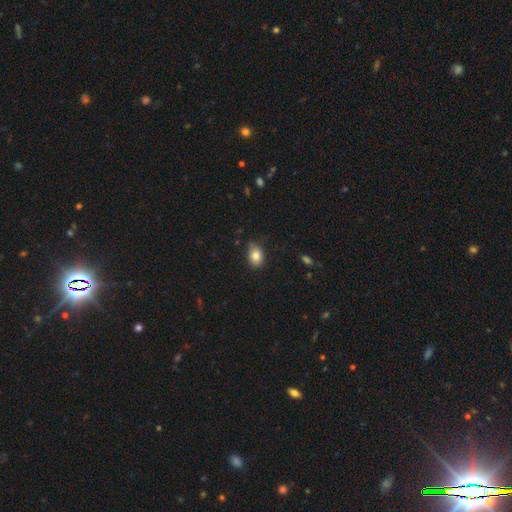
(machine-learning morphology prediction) This appears to be a smooth galaxy with no disk features (83%) that is in between round and cigar-shaped (76%). Merging: none (78%).